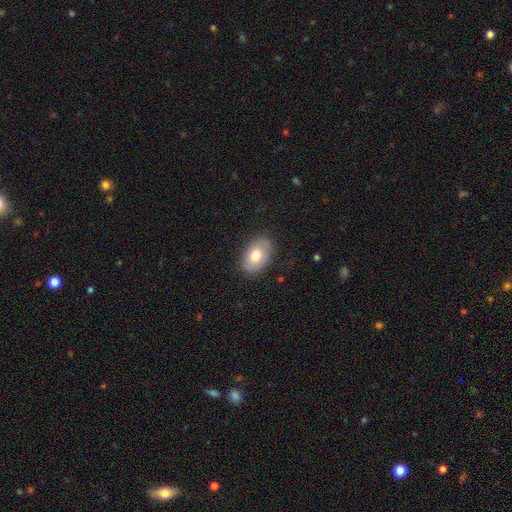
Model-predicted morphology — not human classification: This is likely a smooth galaxy (71%). How rounded: clearly in between (89%). Merging: clearly none (81%).